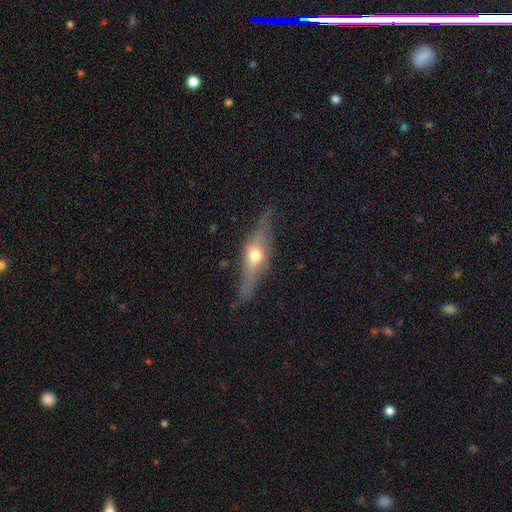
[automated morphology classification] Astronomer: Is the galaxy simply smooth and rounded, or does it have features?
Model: featured or disk — 57% (runner-up: smooth, 36%).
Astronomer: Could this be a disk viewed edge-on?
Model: yes — 86%.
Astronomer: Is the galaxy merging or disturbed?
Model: none — 75%.